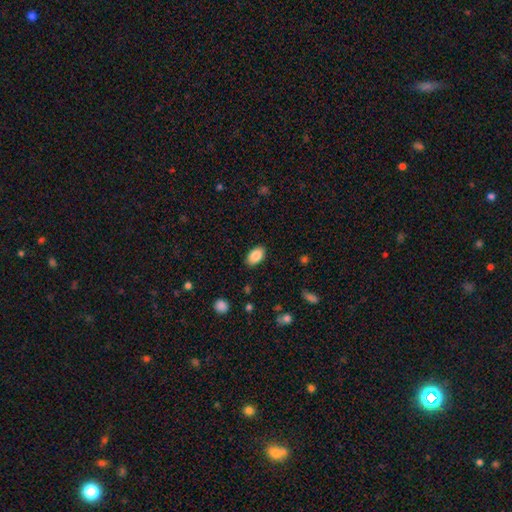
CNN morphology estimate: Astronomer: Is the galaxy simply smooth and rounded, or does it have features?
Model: smooth — 87%.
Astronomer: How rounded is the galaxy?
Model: in between — 92%.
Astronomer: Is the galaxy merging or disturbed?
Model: none — 87%.